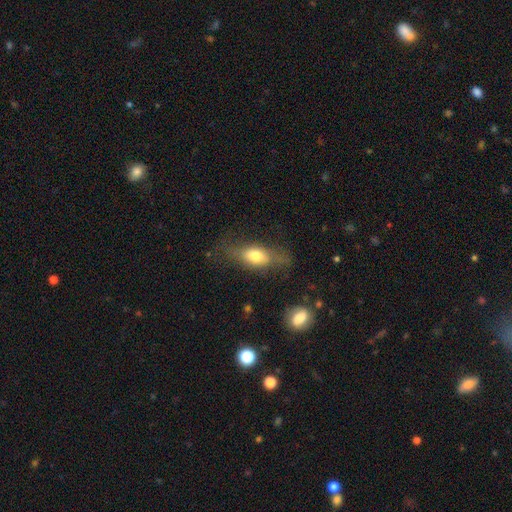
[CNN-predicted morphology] smooth 63%, featured or disk 28%, star or artifact 9%. Down the decision tree: how rounded — in between (74%); merging — none (57%).